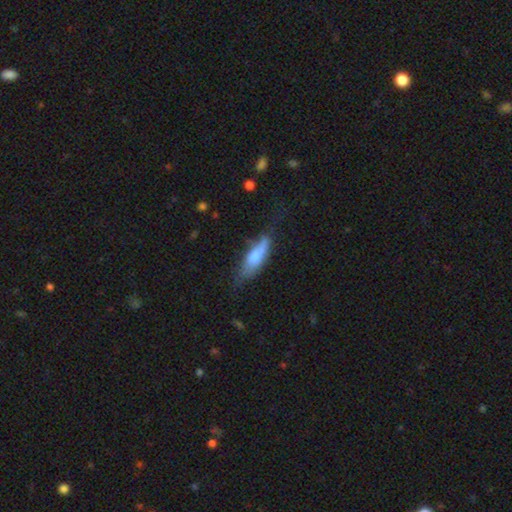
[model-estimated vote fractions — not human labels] A smooth galaxy with no disk features (68%) that is in between round and cigar-shaped (51%). Merging: none (46%).